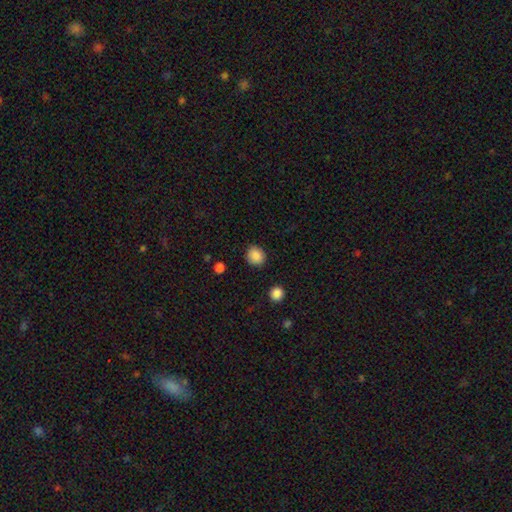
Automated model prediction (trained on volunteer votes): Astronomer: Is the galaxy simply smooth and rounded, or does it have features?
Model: smooth — 87%.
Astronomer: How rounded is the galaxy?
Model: round — 79%.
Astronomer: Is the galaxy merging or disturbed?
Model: none — 87%.